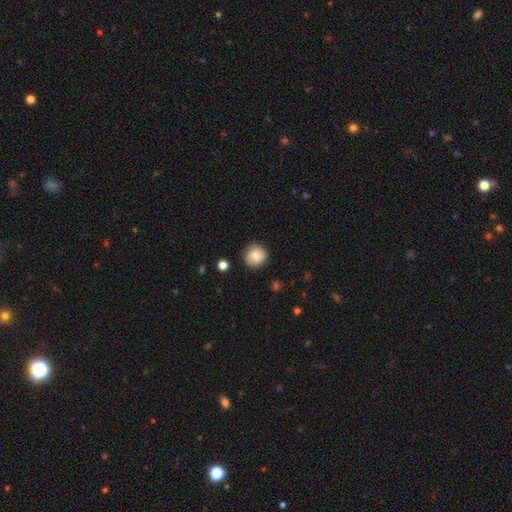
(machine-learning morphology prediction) Q: Smooth or featured?
A: smooth (85%); runner-up: star or artifact (8%)
Q: How rounded?
A: round (92%); runner-up: in between (7%)
Q: Merging?
A: none (86%); runner-up: minor disturbance (11%)